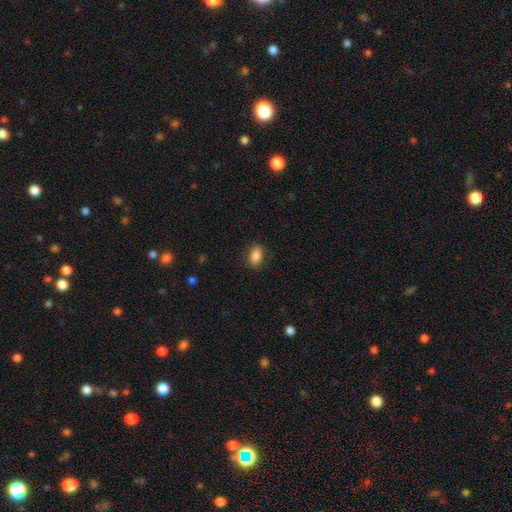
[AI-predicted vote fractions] Smooth or featured? smooth (87%)
How rounded? in between (87%)
Merging? none (87%)